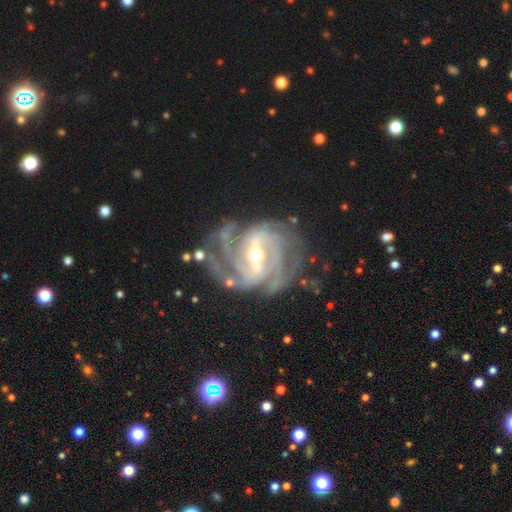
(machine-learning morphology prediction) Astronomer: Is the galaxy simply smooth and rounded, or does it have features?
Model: featured or disk — 92%.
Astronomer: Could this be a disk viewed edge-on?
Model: no — 98%.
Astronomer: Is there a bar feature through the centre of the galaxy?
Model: strong — 54% (runner-up: weak, 35%).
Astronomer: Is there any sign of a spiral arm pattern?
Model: yes — 98%.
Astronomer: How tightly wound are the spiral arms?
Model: tight — 49% (runner-up: medium, 43%).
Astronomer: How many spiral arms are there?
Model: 3 — 30% (runner-up: 2, 27%).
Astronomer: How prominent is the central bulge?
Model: moderate — 50% (runner-up: small, 46%).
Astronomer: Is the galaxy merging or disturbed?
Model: none — 67%.